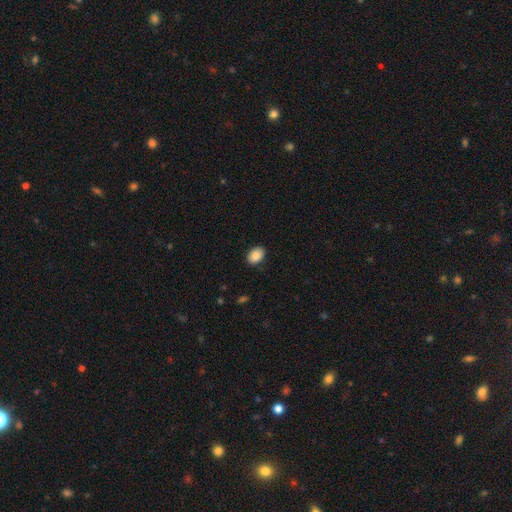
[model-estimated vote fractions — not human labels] The model was most divided on "how rounded": in between: 79%, round: 20%, cigar-shaped: 1%. More confident: smooth or featured — smooth (89%); merging — none (88%).